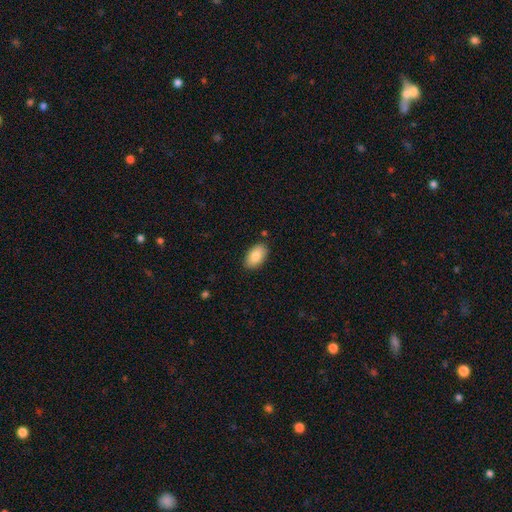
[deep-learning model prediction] Q: Smooth or featured?
A: smooth (85%); runner-up: featured or disk (9%)
Q: How rounded?
A: in between (94%); runner-up: round (4%)
Q: Merging?
A: none (87%); runner-up: minor disturbance (10%)